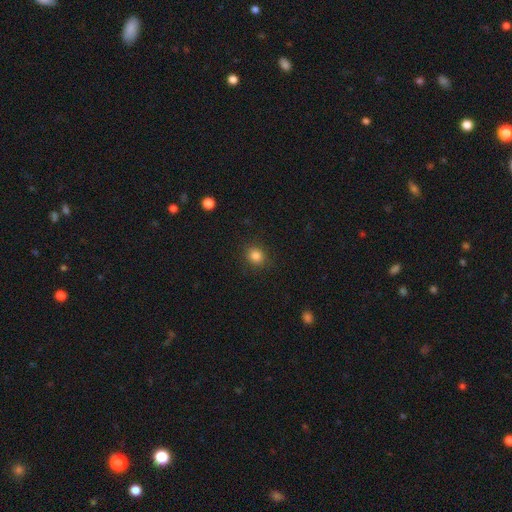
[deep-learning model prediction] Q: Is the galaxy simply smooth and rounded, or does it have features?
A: smooth — 85%.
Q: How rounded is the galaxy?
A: round — 81%.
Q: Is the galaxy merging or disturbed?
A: none — 88%.